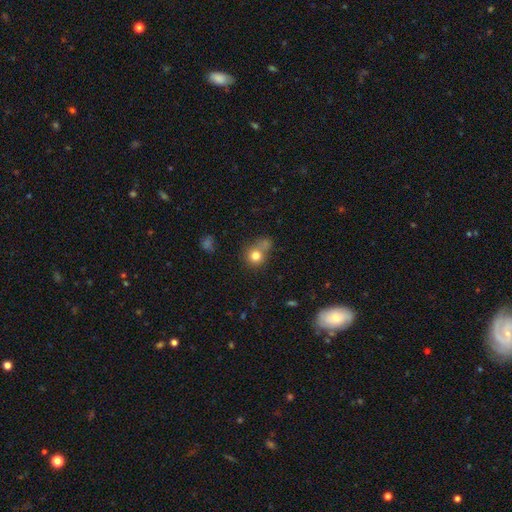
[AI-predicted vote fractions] Smooth or featured? Predicted: smooth (p=0.78). How rounded? Predicted: round (p=0.85). Merging? Predicted: none (p=0.51).